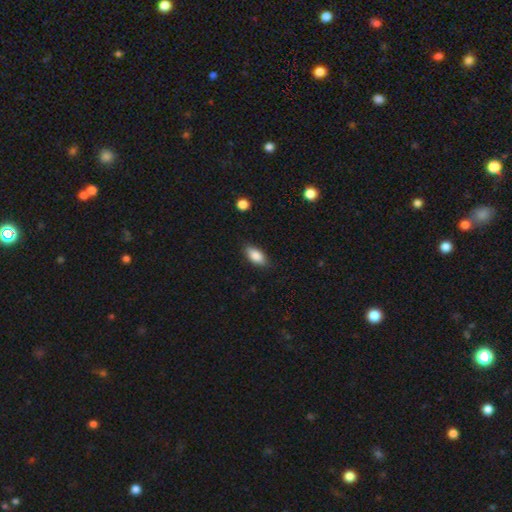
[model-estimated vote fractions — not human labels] Morphology: type=smooth (85%); roundness=in between (89%); merging=none (85%).